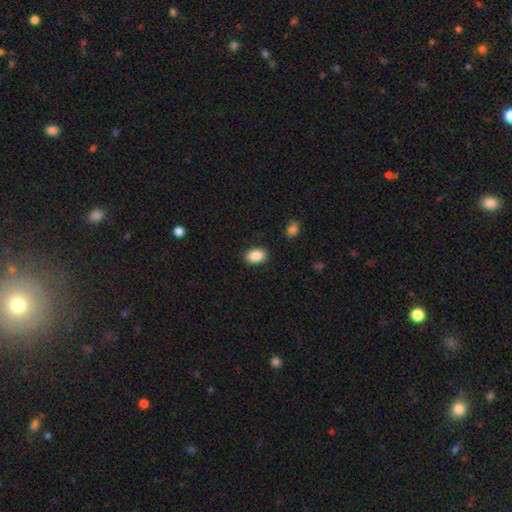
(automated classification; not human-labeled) A smooth galaxy with no disk features (88%) that is in between round and cigar-shaped (84%).

Vote fractions:
- Smooth or featured? smooth: 88% / star or artifact: 8% / featured or disk: 4%
- How rounded? in between: 84% / round: 15% / cigar-shaped: 1%
- Merging? none: 88% / minor disturbance: 8% / major disturbance: 2% / merger: 1%